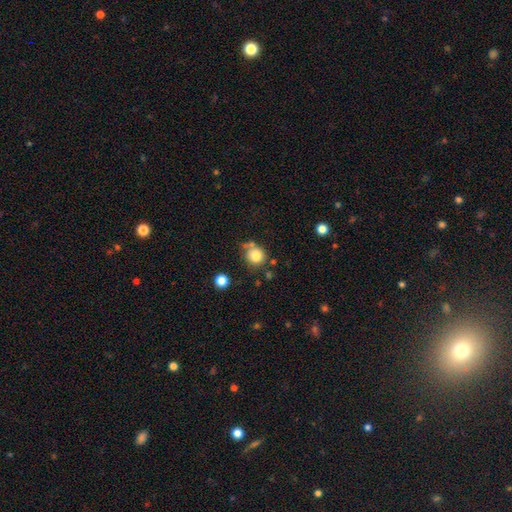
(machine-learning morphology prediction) smooth-or-featured: smooth: 80% | star or artifact: 11% | featured or disk: 9%
  how-rounded: round: 86% | in between: 13% | cigar-shaped: 1%
  merging: none: 62% | minor disturbance: 18% | merger: 14% | major disturbance: 6%